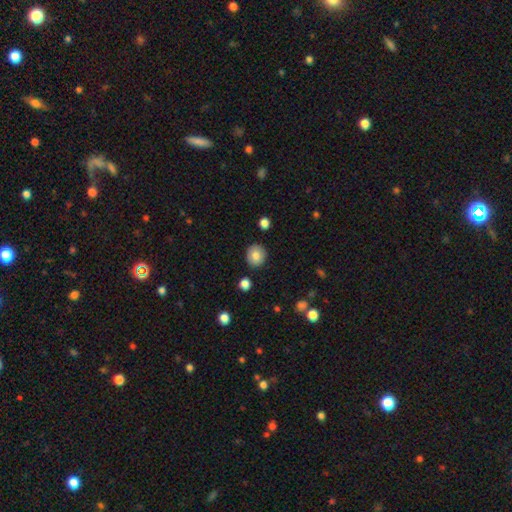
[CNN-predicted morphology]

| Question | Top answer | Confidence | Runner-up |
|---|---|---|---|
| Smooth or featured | smooth | 81% | featured or disk (10%) |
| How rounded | round | 82% | in between (17%) |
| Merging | none | 87% | minor disturbance (9%) |